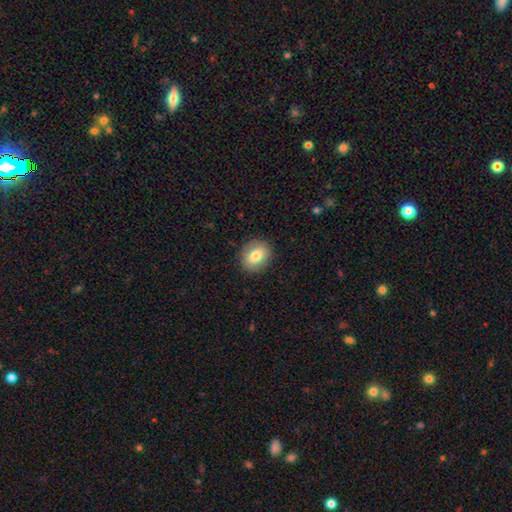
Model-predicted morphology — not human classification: Q: Smooth or featured?
A: smooth (78%); runner-up: featured or disk (14%)
Q: How rounded?
A: round (57%); runner-up: in between (42%)
Q: Merging?
A: none (88%); runner-up: minor disturbance (9%)